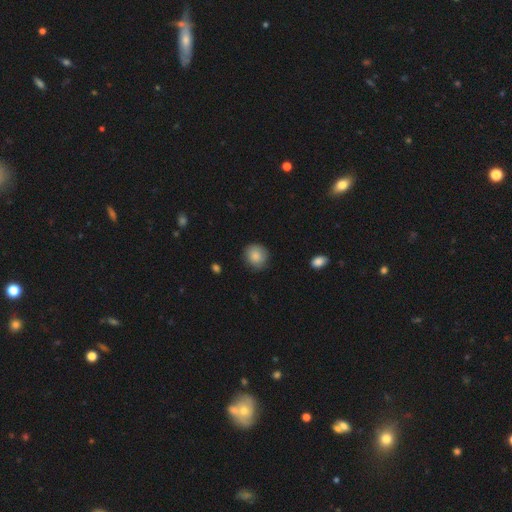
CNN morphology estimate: Smooth or featured?
  - smooth: 87% *
  - star or artifact: 7%
  - featured or disk: 6%
How rounded?
  - round: 82% *
  - in between: 18%
  - cigar-shaped: 1%
Merging?
  - none: 83% *
  - minor disturbance: 13%
  - major disturbance: 3%
  - merger: 1%